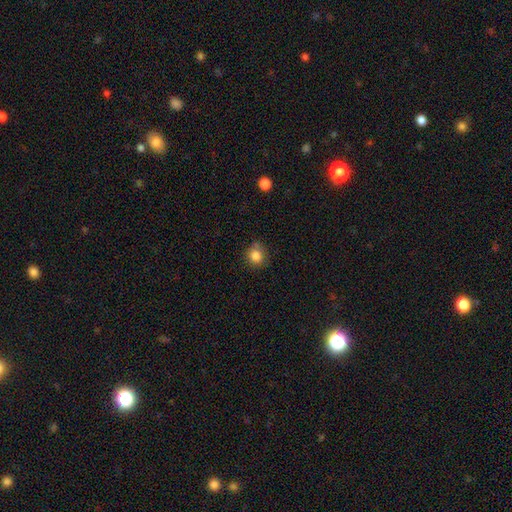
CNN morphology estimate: Smooth or featured? smooth (83%)
How rounded? round (81%)
Merging? none (72%)